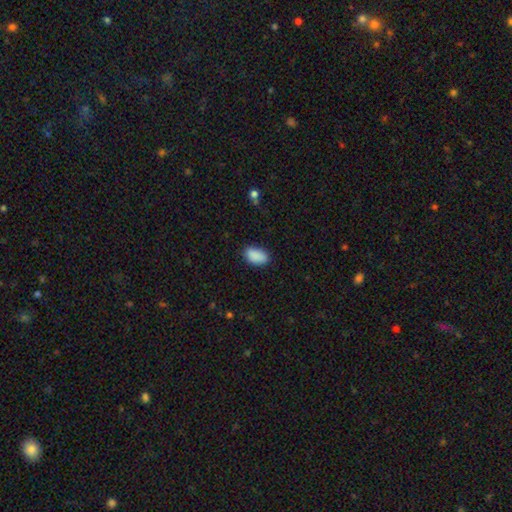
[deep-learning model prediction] Smooth or featured? smooth (90%)
How rounded? in between (93%)
Merging? none (85%)